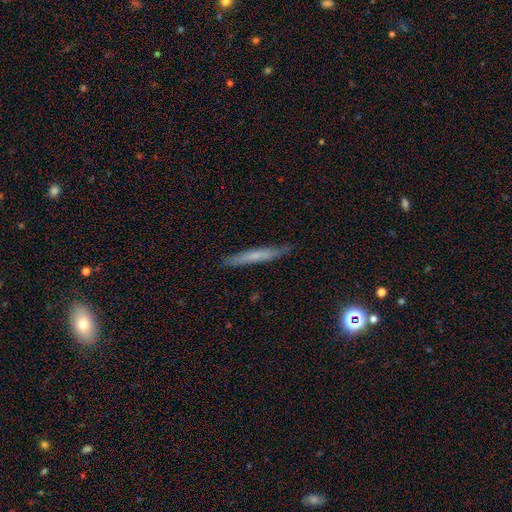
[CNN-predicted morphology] type=smooth (54%); roundness=cigar-shaped (95%); merging=none (86%).